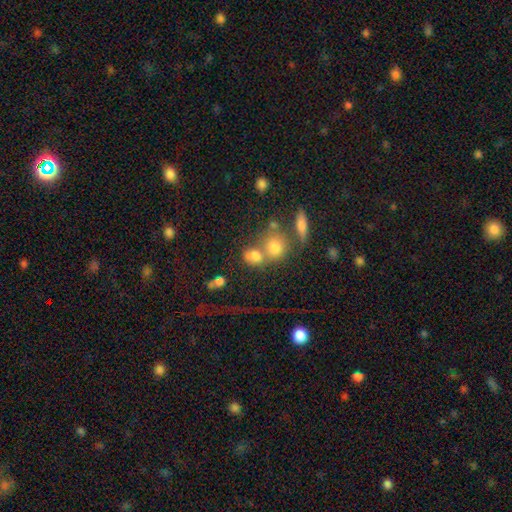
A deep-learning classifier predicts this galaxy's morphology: Smooth or featured? smooth (68%)
How rounded? round (65%)
Merging? merger (46%)